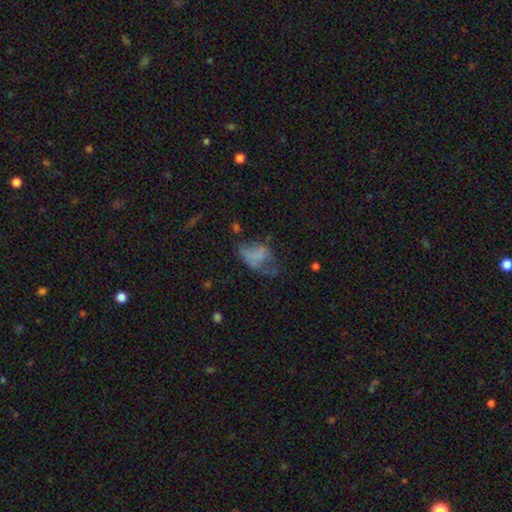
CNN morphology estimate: Q: Smooth or featured?
A: smooth (53%); runner-up: featured or disk (30%)
Q: How rounded?
A: in between (83%); runner-up: round (15%)
Q: Merging?
A: major disturbance (42%); runner-up: minor disturbance (26%)